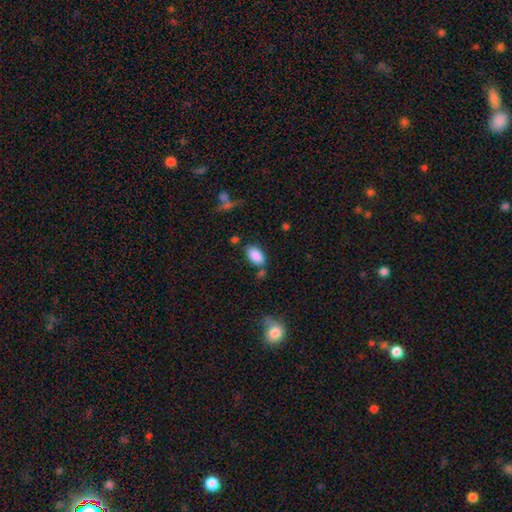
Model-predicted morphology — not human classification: Smooth or featured? Predicted: smooth (p=0.88). How rounded? Predicted: in between (p=0.94). Merging? Predicted: none (p=0.73).